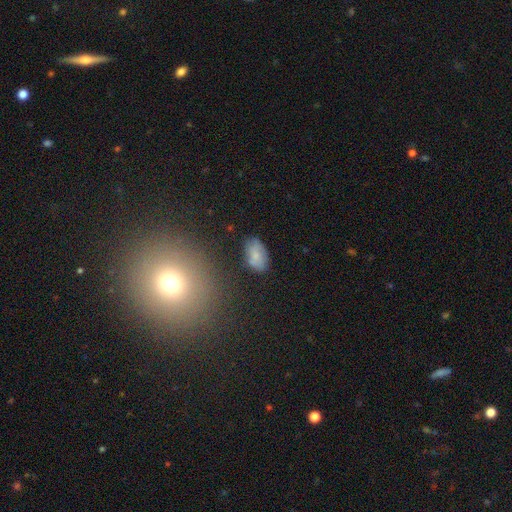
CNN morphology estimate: smooth-or-featured: smooth: 74% | featured or disk: 17% | star or artifact: 9%
  how-rounded: in between: 93% | round: 6% | cigar-shaped: 2%
  merging: none: 68% | minor disturbance: 21% | major disturbance: 6% | merger: 4%